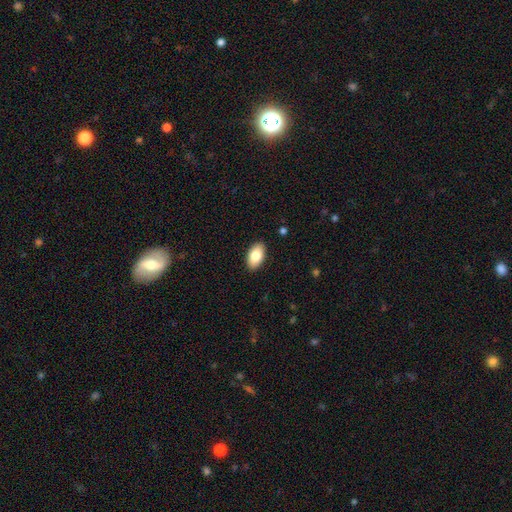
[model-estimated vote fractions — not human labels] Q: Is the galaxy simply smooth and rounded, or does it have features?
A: smooth — 82%.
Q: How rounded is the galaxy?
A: in between — 94%.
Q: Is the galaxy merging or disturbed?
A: none — 90%.